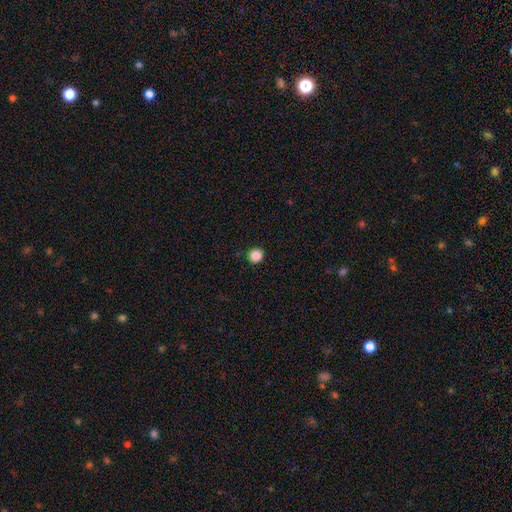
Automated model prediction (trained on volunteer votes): Smooth or featured?
  - smooth: 86% *
  - star or artifact: 11%
  - featured or disk: 3%
How rounded?
  - round: 93% *
  - in between: 6%
  - cigar-shaped: 1%
Merging?
  - none: 92% *
  - minor disturbance: 5%
  - major disturbance: 2%
  - merger: 1%